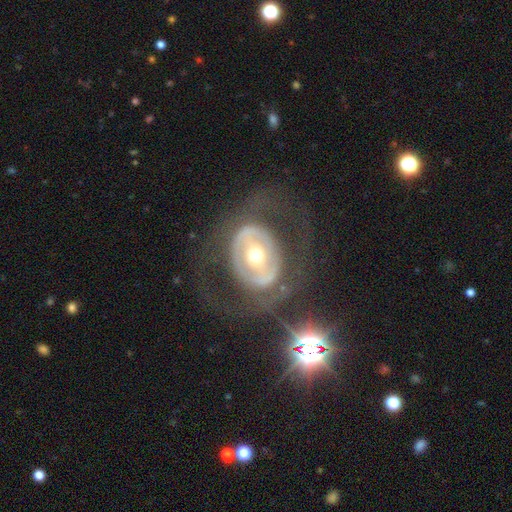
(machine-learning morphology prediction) smooth-or-featured: featured or disk: 73% | smooth: 20% | star or artifact: 7%
  disk-edge-on: no: 94% | yes: 6%
    bar: strong: 37% | no: 36% | weak: 27%
    has-spiral-arms: no: 64% | yes: 36%
    bulge-size: moderate: 66% | small: 25% | large: 6% | dominant: 1% | none: 1%
  merging: none: 57% | major disturbance: 22% | minor disturbance: 15% | merger: 5%